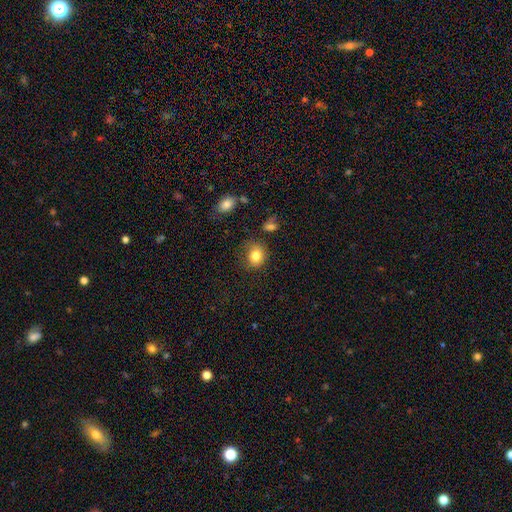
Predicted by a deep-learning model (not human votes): Morphology: type=smooth (82%); roundness=round (70%); merging=none (69%).